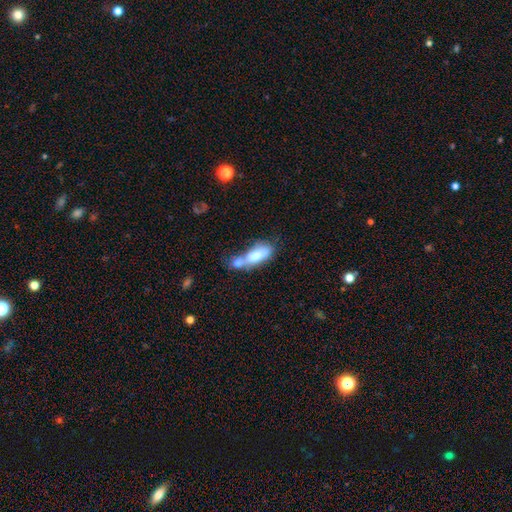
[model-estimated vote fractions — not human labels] This is likely a smooth galaxy (69%). How rounded: likely in between (65%). Merging: possibly merger (59%).